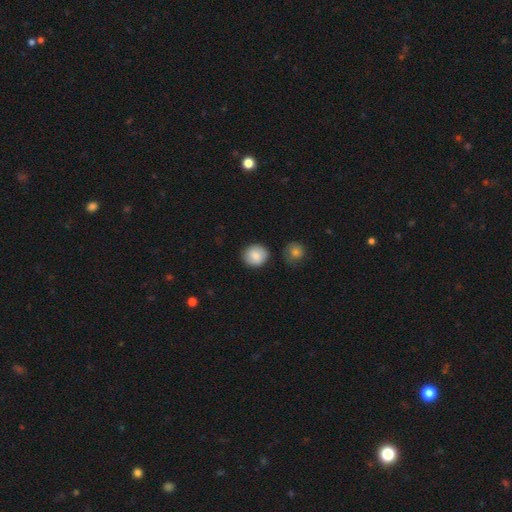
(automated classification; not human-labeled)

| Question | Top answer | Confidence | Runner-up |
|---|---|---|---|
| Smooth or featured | smooth | 86% | star or artifact (7%) |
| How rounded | round | 85% | in between (14%) |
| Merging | none | 85% | minor disturbance (9%) |